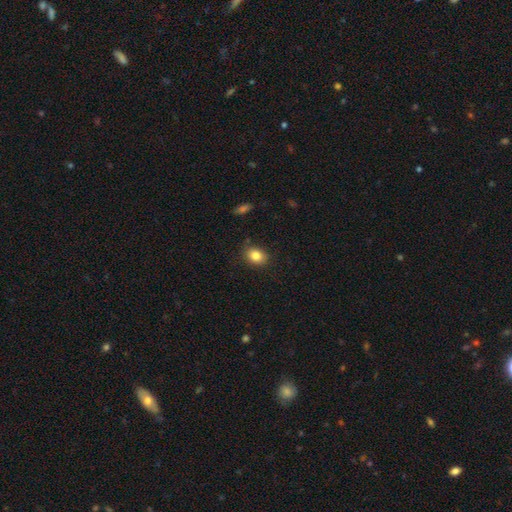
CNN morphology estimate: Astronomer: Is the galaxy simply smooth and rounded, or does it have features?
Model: smooth — 84%.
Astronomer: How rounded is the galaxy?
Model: in between — 60% (runner-up: round, 39%).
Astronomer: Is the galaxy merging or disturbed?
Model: none — 86%.